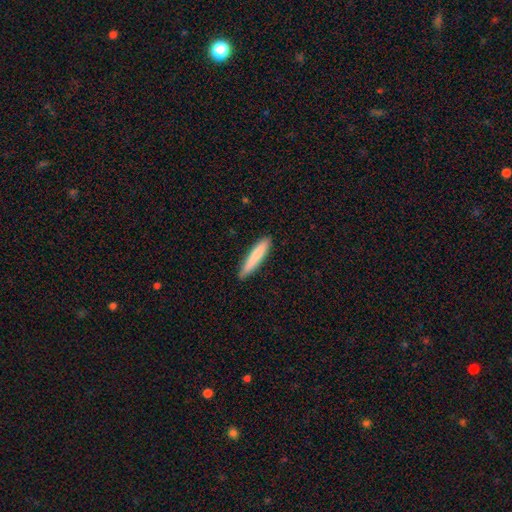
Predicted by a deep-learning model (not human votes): Morphology: type=smooth (80%); roundness=cigar-shaped (91%); merging=none (87%).